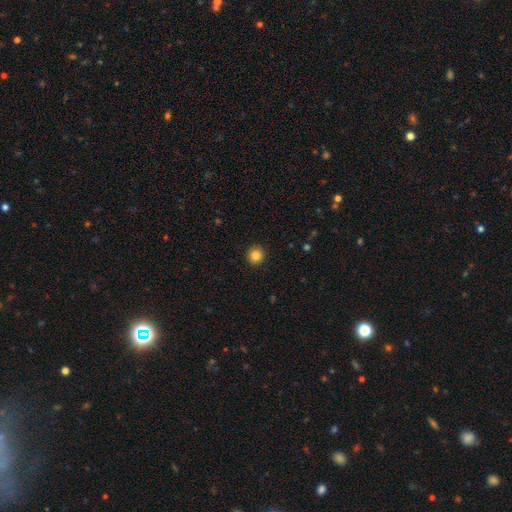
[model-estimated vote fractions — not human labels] smooth 84%, star or artifact 11%, featured or disk 5%. Down the decision tree: how rounded — round (93%); merging — none (93%).